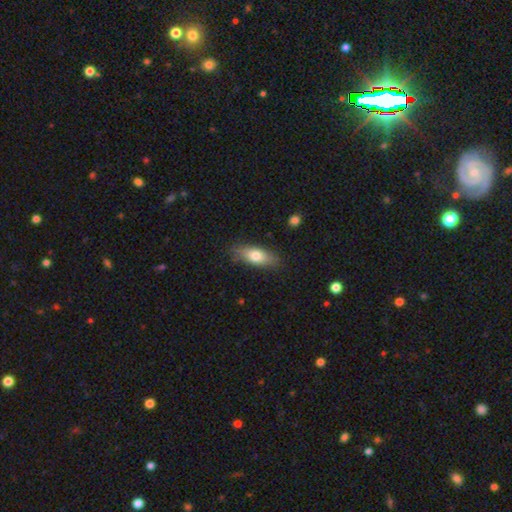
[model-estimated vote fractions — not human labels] Q: Smooth or featured?
A: smooth (75%); runner-up: featured or disk (19%)
Q: How rounded?
A: in between (75%); runner-up: cigar-shaped (22%)
Q: Merging?
A: none (82%); runner-up: minor disturbance (13%)